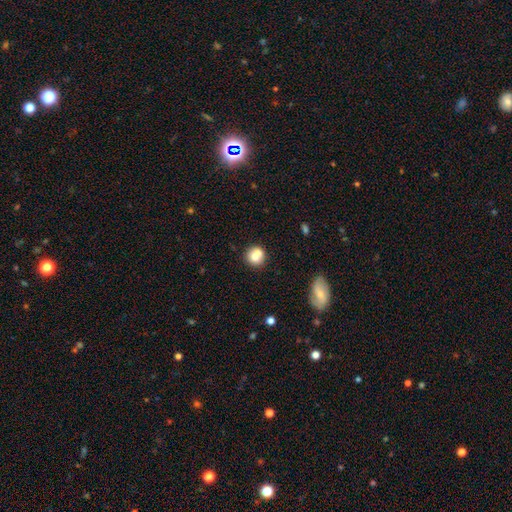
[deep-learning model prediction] This is likely a smooth galaxy (73%). How rounded: clearly round (90%). Merging: possibly none (57%).